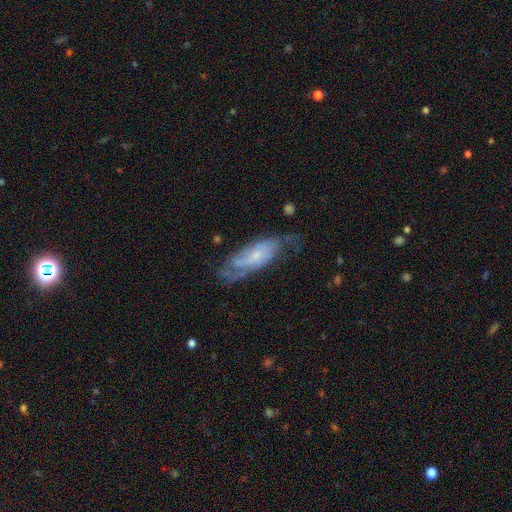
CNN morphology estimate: Smooth or featured? featured or disk (73%)
Edge-on disk? no (88%)
Bar? no (64%)
Spiral arms? yes (89%)
Spiral winding? medium (43%)
Spiral arm count? 2 (50%)
Bulge size? small (66%)
Merging? none (56%)